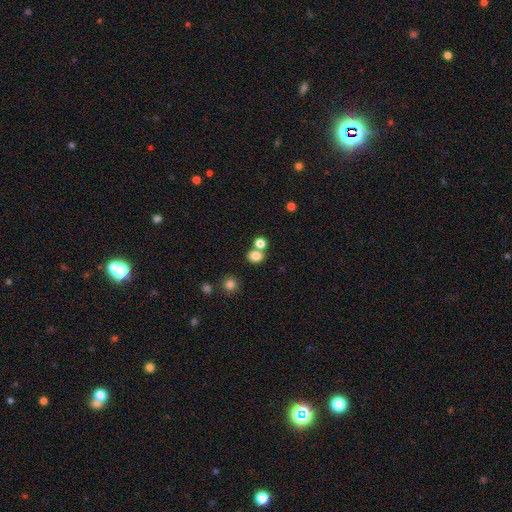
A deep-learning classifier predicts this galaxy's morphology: Smooth or featured? smooth (80%)
How rounded? round (72%)
Merging? none (58%)